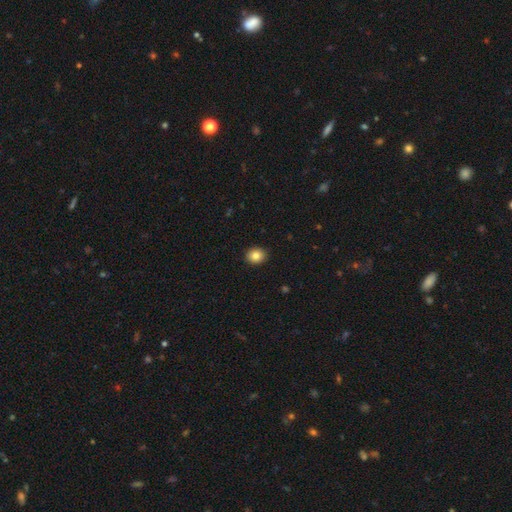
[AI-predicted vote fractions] The model was most divided on "how rounded": round: 66%, in between: 34%, cigar-shaped: 1%. More confident: merging — none (91%); smooth or featured — smooth (85%).